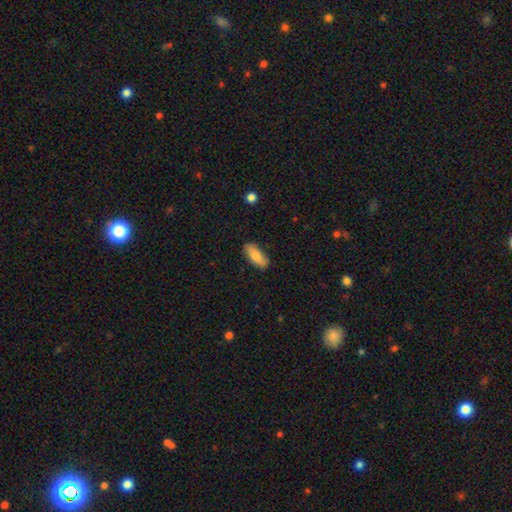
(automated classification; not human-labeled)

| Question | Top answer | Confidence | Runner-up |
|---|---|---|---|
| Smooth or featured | smooth | 75% | featured or disk (19%) |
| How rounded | in between | 82% | cigar-shaped (15%) |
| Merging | none | 81% | minor disturbance (15%) |